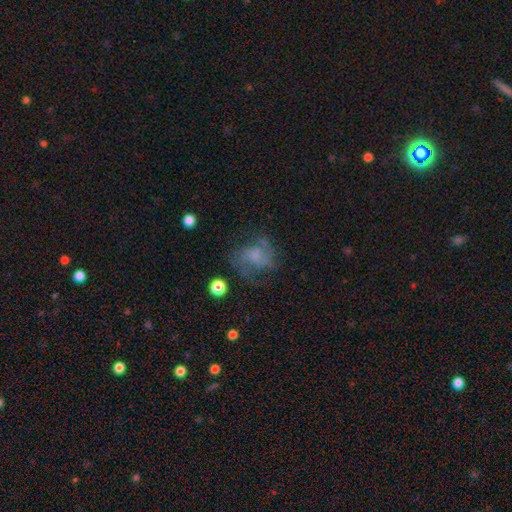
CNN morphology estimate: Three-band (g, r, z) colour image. It shows a featured or disk galaxy (54%) with no bar (71%), spiral arms (76%) and no central bulge (45%). Merging: none (53%).